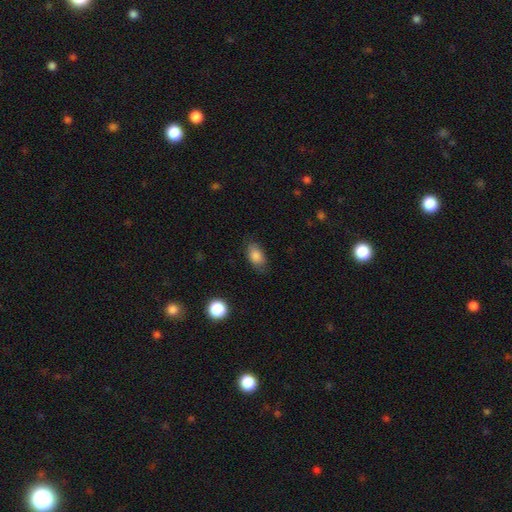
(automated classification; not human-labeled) A smooth galaxy with no disk features (84%) that is in between round and cigar-shaped (88%). Merging: none (77%).